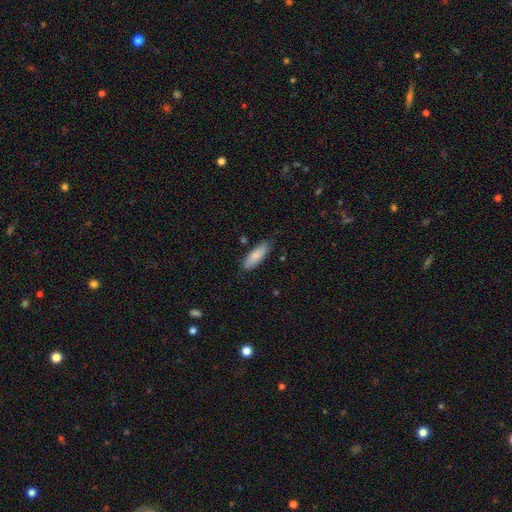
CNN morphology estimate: Smooth or featured? Predicted: smooth (p=0.82). How rounded? Predicted: in between (p=0.56). Merging? Predicted: none (p=0.81).